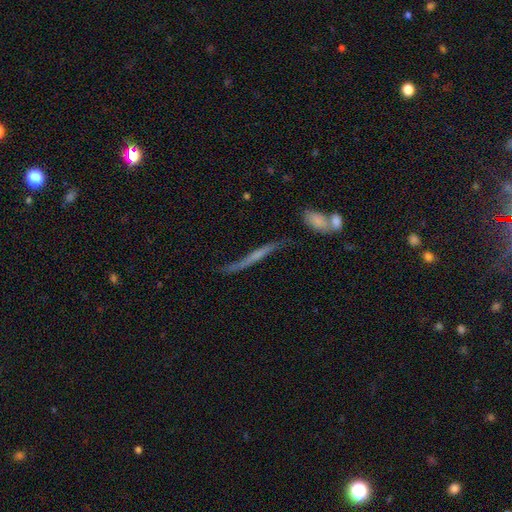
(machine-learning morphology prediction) Q: Smooth or featured?
A: featured or disk (61%); runner-up: smooth (30%)
Q: Edge-on disk?
A: yes (74%); runner-up: no (26%)
Q: Merging?
A: none (54%); runner-up: minor disturbance (23%)